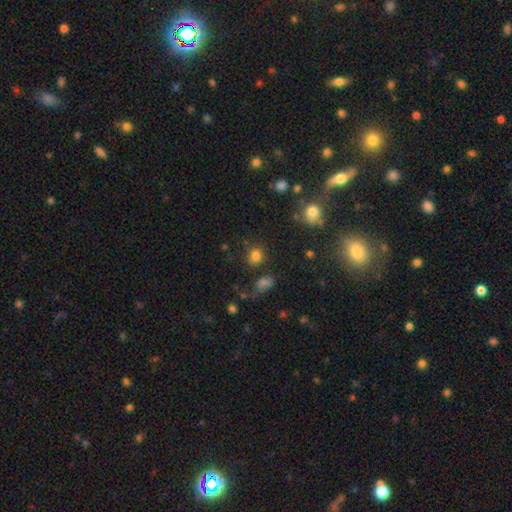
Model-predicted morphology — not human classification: Smooth or featured? smooth (77%)
How rounded? round (72%)
Merging? none (73%)